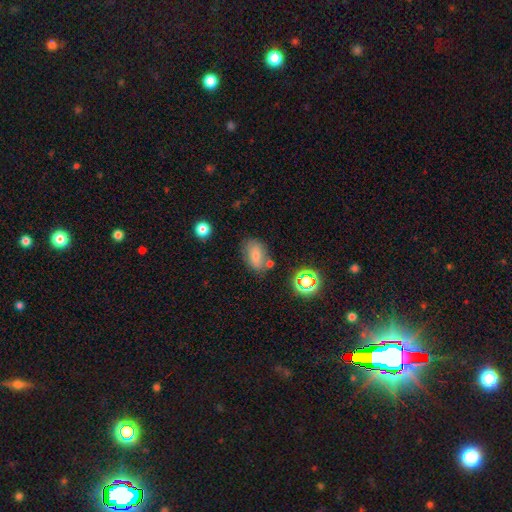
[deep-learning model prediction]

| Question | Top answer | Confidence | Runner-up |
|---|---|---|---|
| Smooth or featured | smooth | 70% | featured or disk (17%) |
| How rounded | in between | 85% | round (12%) |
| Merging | none | 64% | minor disturbance (19%) |